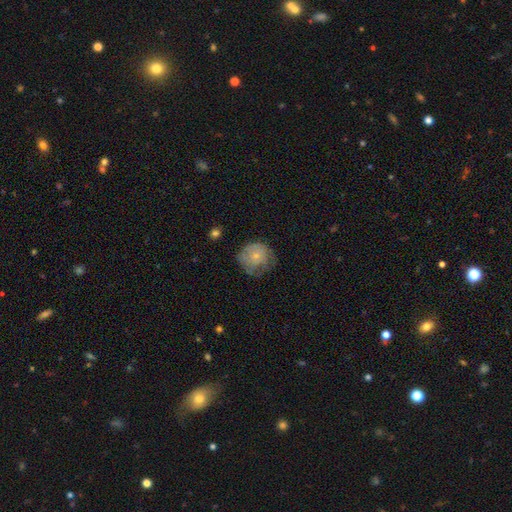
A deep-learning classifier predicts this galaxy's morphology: Smooth or featured? smooth (55%)
How rounded? round (84%)
Merging? none (52%)